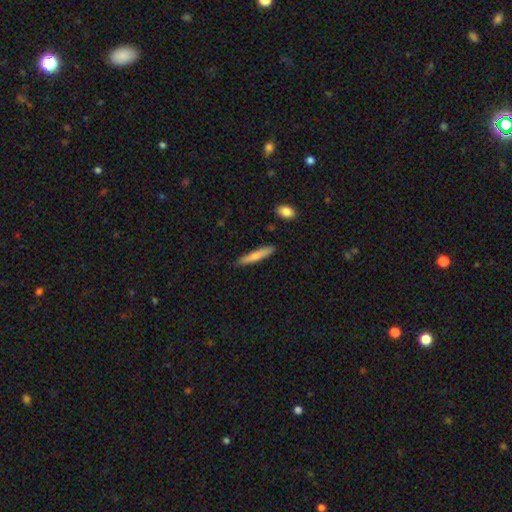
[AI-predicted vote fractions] Q: Smooth or featured?
A: smooth (71%); runner-up: featured or disk (23%)
Q: How rounded?
A: cigar-shaped (91%); runner-up: in between (8%)
Q: Merging?
A: none (86%); runner-up: minor disturbance (10%)